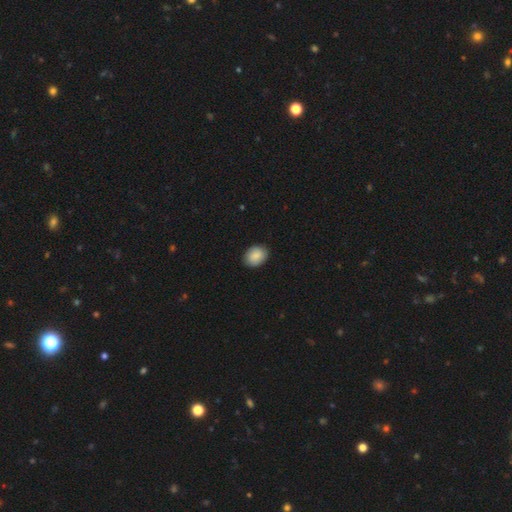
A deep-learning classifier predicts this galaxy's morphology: Smooth or featured? Predicted: smooth (p=0.87). How rounded? Predicted: in between (p=0.56). Merging? Predicted: none (p=0.88).